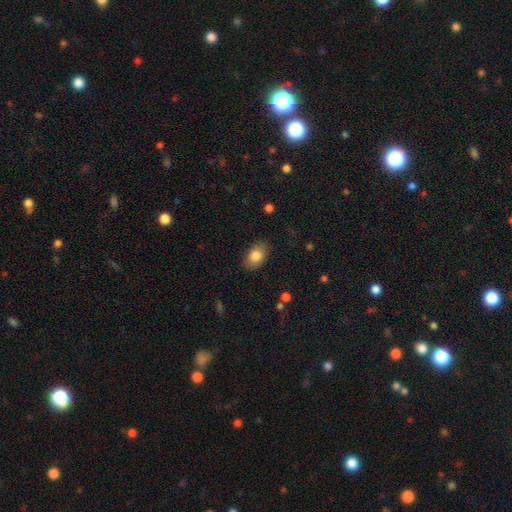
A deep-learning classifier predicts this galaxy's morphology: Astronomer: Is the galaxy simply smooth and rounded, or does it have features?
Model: smooth — 83%.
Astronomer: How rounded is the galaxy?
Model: in between — 86%.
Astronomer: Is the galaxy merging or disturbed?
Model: none — 83%.